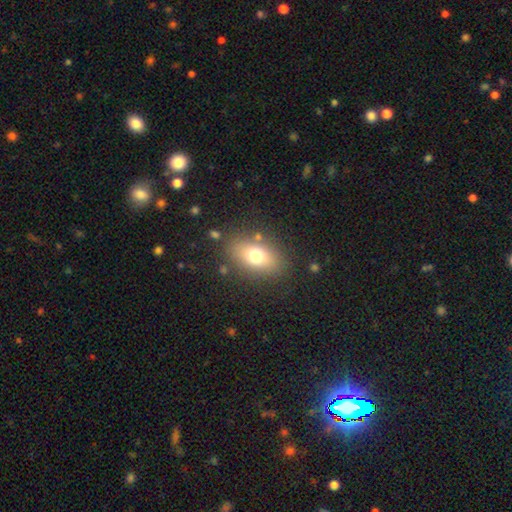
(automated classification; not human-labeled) Smooth or featured? smooth (71%)
How rounded? in between (77%)
Merging? none (81%)